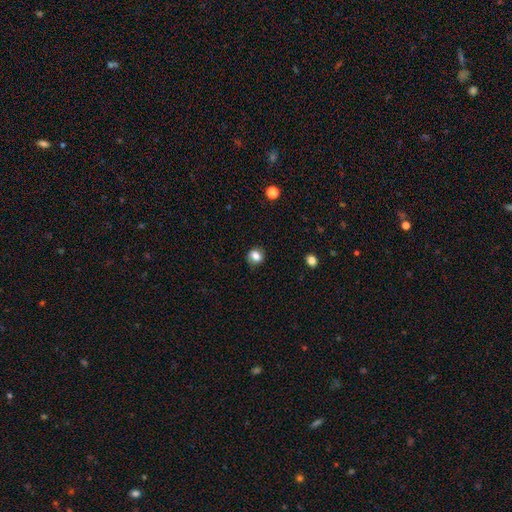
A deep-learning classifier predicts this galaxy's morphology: Smooth or featured? smooth (78%)
How rounded? round (75%)
Merging? none (83%)